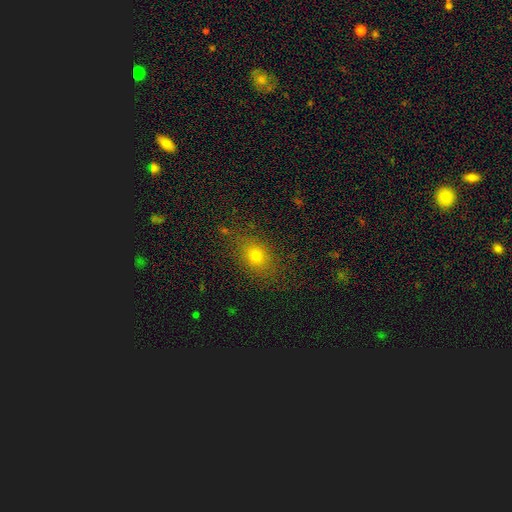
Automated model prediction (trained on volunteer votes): Smooth or featured?
  - smooth: 73% *
  - star or artifact: 15%
  - featured or disk: 12%
How rounded?
  - in between: 60% *
  - round: 38%
  - cigar-shaped: 3%
Merging?
  - none: 81% *
  - minor disturbance: 13%
  - major disturbance: 5%
  - merger: 2%